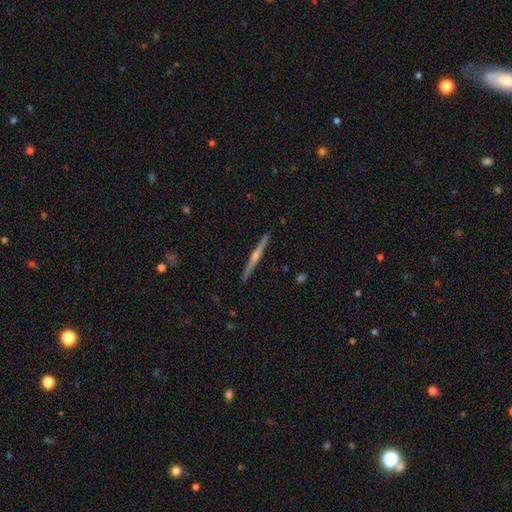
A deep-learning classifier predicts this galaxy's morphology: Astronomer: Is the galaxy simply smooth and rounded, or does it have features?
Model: featured or disk — 75%.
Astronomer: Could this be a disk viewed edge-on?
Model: yes — 97%.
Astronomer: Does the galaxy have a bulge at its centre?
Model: rounded — 80%.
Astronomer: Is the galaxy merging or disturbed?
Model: none — 90%.